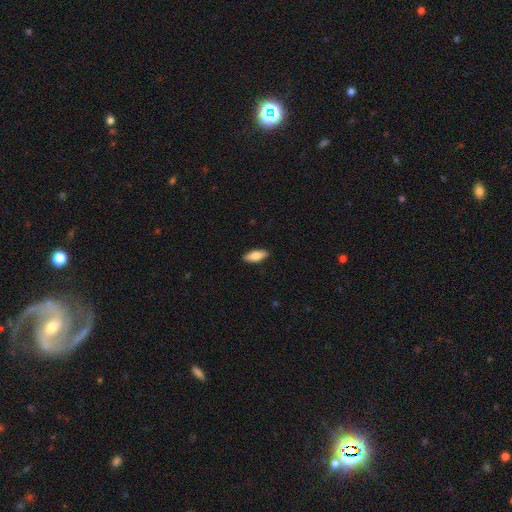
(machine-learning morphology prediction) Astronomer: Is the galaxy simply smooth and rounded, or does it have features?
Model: smooth — 76%.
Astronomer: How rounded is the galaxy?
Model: in between — 73%.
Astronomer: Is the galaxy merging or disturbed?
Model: none — 89%.